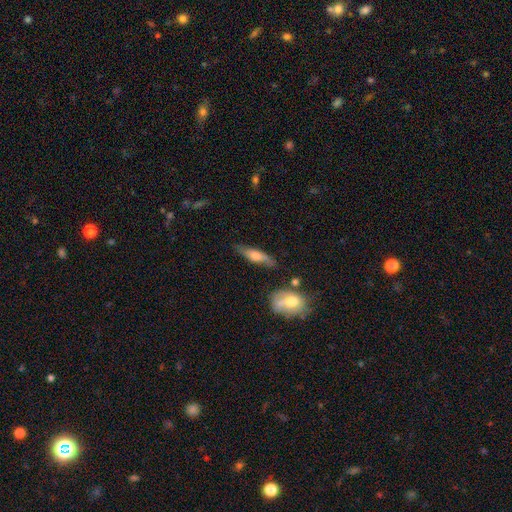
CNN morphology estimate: A featured or disk galaxy (47%).

Vote fractions:
- Smooth or featured? featured or disk: 47% / smooth: 46% / star or artifact: 7%
- Merging? none: 72% / minor disturbance: 20% / major disturbance: 5% / merger: 4%